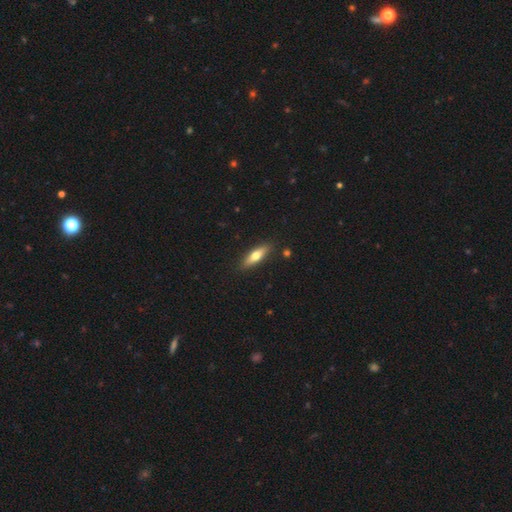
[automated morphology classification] Overall: smooth (57%; featured or disk 37%). How rounded: cigar-shaped (60%; in between 38%). Merging: none (88%).